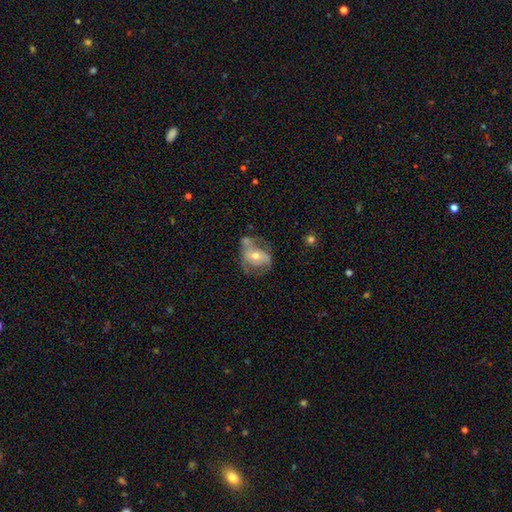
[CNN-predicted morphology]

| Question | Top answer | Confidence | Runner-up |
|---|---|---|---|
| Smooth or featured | featured or disk | 61% | smooth (32%) |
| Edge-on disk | no | 96% | yes (4%) |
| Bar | no | 62% | weak (26%) |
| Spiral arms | yes | 63% | no (37%) |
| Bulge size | moderate | 66% | small (27%) |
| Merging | none | 37% | minor disturbance (26%) |